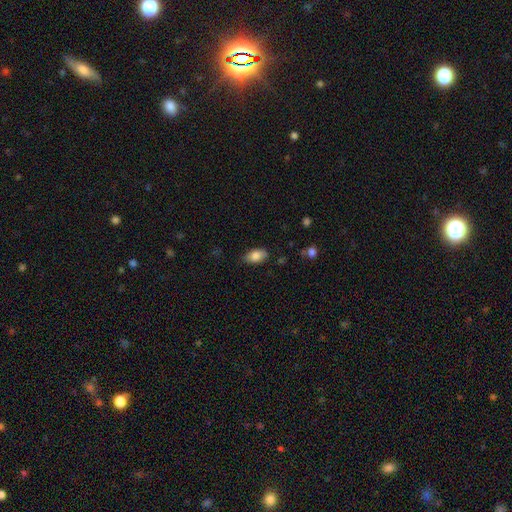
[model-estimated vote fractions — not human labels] smooth 83%, featured or disk 10%, star or artifact 7%. Down the decision tree: how rounded — in between (91%); merging — none (78%).